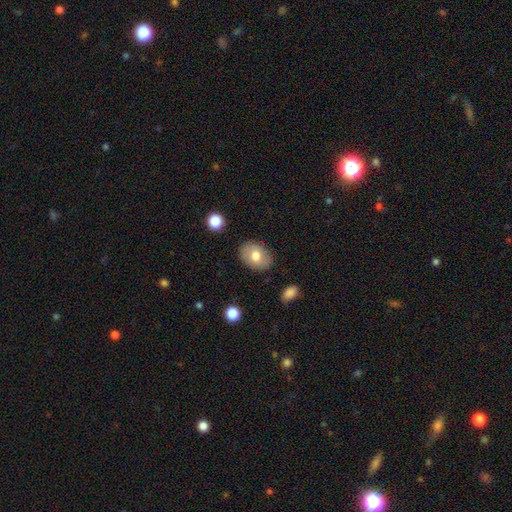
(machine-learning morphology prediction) This appears to be a smooth galaxy with no disk features (73%) that is in between round and cigar-shaped (74%). Merging: none (84%).